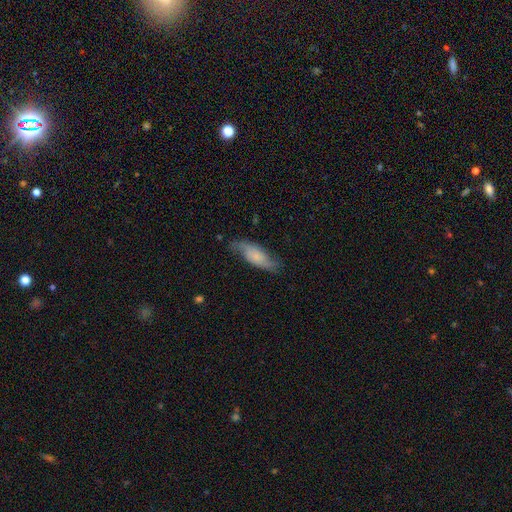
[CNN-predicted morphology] Q: Smooth or featured?
A: featured or disk (51%); runner-up: smooth (42%)
Q: Edge-on disk?
A: no (84%); runner-up: yes (16%)
Q: Merging?
A: none (69%); runner-up: minor disturbance (22%)